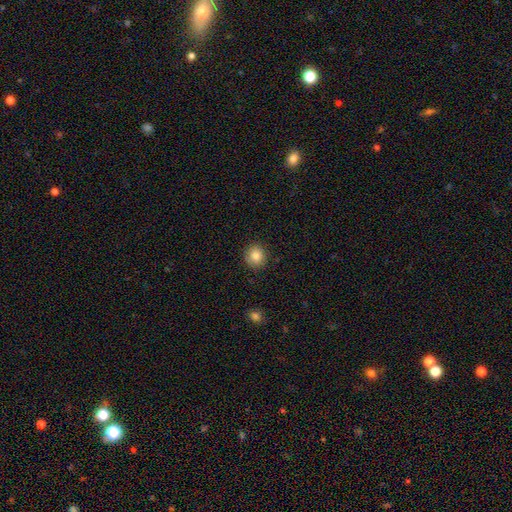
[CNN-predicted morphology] smooth 85%, star or artifact 10%, featured or disk 6%. Down the decision tree: how rounded — round (87%); merging — none (90%).